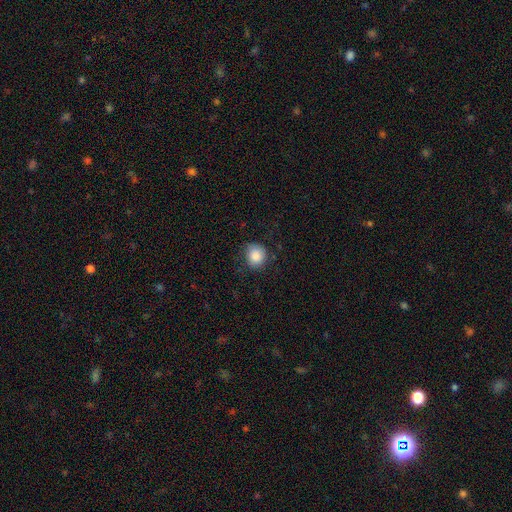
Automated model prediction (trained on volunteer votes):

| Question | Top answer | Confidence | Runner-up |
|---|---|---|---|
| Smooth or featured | smooth | 87% | star or artifact (8%) |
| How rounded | round | 79% | in between (20%) |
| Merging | none | 75% | minor disturbance (19%) |